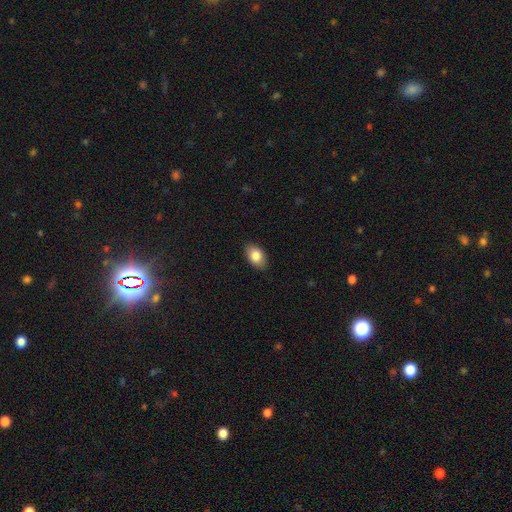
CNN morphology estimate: This is clearly a smooth galaxy (83%). How rounded: clearly in between (90%). Merging: clearly none (87%).